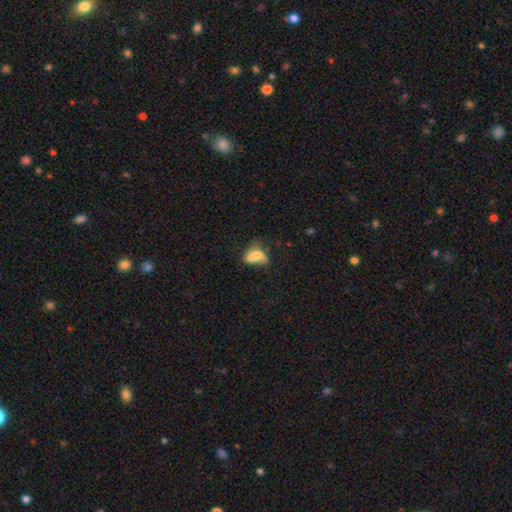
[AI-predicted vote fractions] Q: Smooth or featured?
A: smooth (62%); runner-up: featured or disk (27%)
Q: How rounded?
A: in between (80%); runner-up: round (15%)
Q: Merging?
A: merger (35%); runner-up: none (23%)